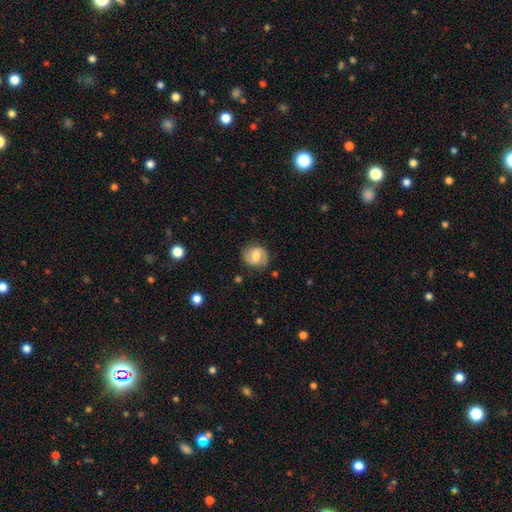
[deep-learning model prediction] The model was most divided on "bar": weak: 51%, no: 34%, strong: 14%. Remaining: edge-on disk — no (98%); spiral arms — yes (91%); spiral arm count — 2 (87%); merging — none (81%); smooth or featured — featured or disk (60%); bulge size — moderate (55%); spiral winding — medium (47%).